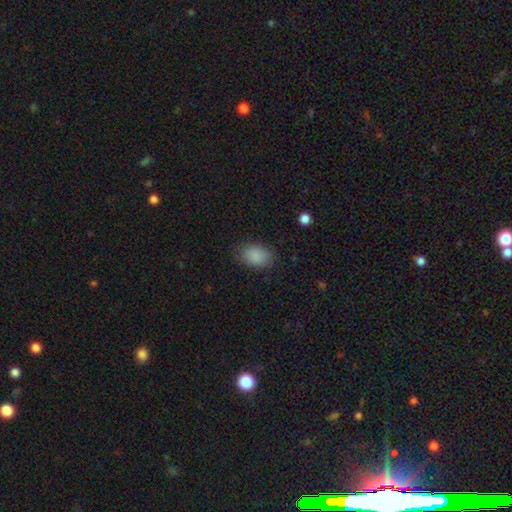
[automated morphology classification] A smooth galaxy with no disk features (88%) that is in between round and cigar-shaped (82%).

Vote fractions:
- Smooth or featured? smooth: 88% / star or artifact: 8% / featured or disk: 4%
- How rounded? in between: 82% / round: 16% / cigar-shaped: 1%
- Merging? none: 82% / minor disturbance: 14% / major disturbance: 4% / merger: 1%